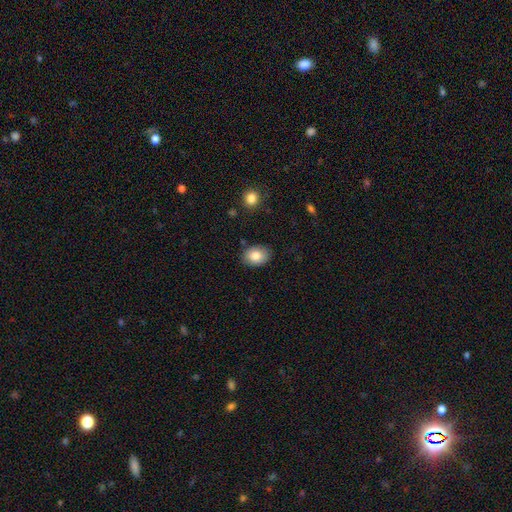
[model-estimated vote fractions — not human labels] Smooth or featured? smooth (83%)
How rounded? in between (72%)
Merging? none (84%)